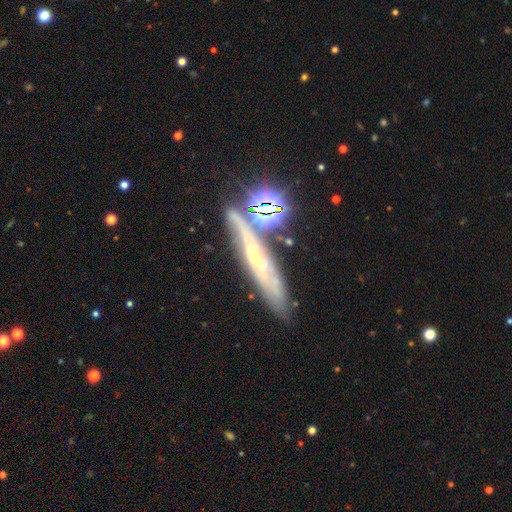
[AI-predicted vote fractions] Smooth or featured? featured or disk (52%)
Edge-on disk? yes (67%)
Merging? none (71%)